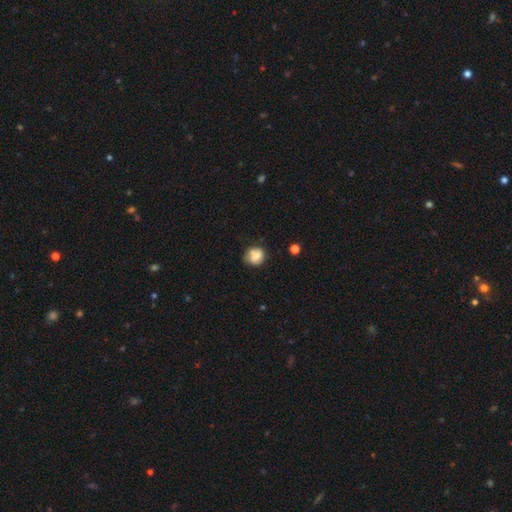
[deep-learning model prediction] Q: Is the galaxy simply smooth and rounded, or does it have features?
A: smooth — 67%.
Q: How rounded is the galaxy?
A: round — 78%.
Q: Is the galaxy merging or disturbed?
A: none — 67%.